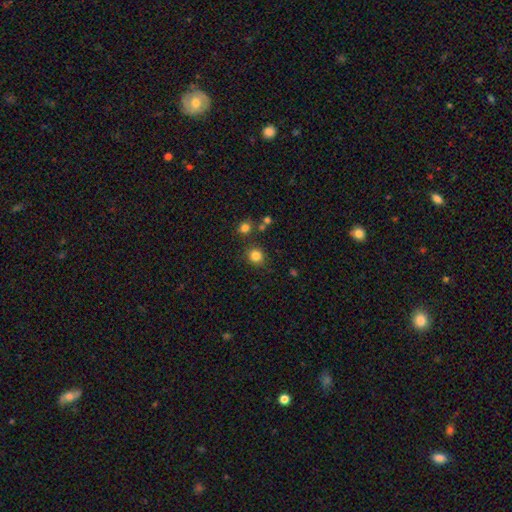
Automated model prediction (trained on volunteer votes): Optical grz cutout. It shows a smooth galaxy with no disk features (83%) that is round (85%). Merging: none (84%).